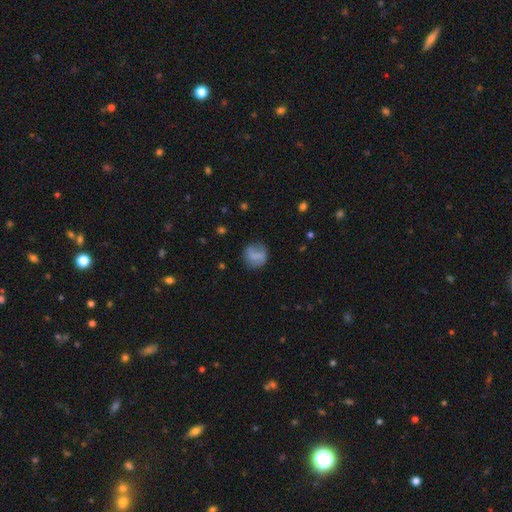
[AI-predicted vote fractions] Smooth or featured? smooth (70%)
How rounded? round (80%)
Merging? none (70%)